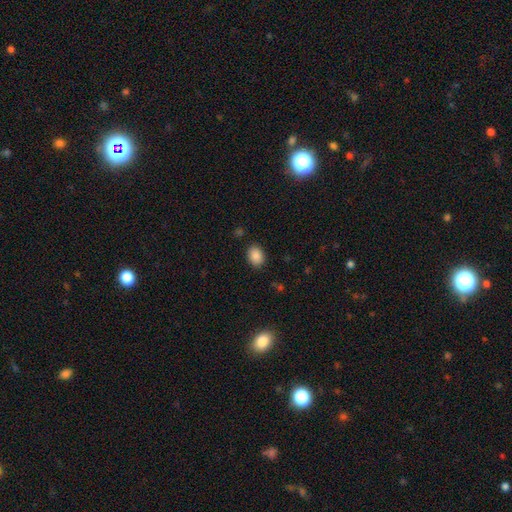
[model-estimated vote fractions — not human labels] Smooth or featured?
  - smooth: 87% *
  - star or artifact: 9%
  - featured or disk: 4%
How rounded?
  - in between: 68% *
  - round: 31%
  - cigar-shaped: 1%
Merging?
  - none: 87% *
  - minor disturbance: 9%
  - major disturbance: 3%
  - merger: 1%